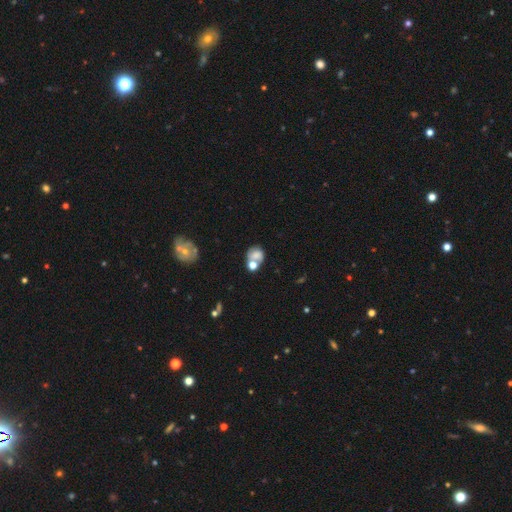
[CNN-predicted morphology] Q: Smooth or featured?
A: smooth (63%); runner-up: featured or disk (25%)
Q: How rounded?
A: round (65%); runner-up: in between (34%)
Q: Merging?
A: none (40%); runner-up: merger (35%)